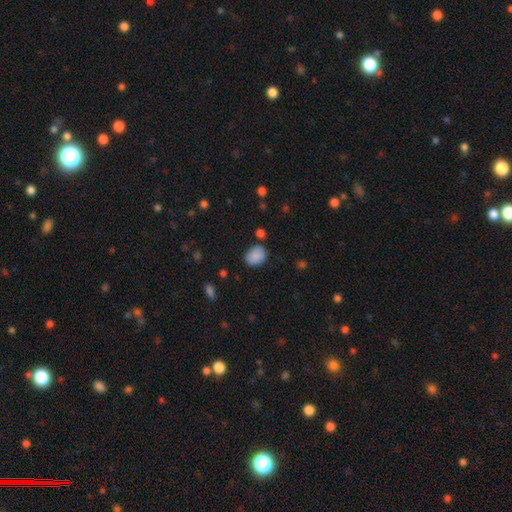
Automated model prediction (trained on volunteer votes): Smooth or featured: smooth — 87% (star or artifact — 8%)
How rounded: in between — 61% (round — 38%)
Merging: none — 74% (minor disturbance — 18%)